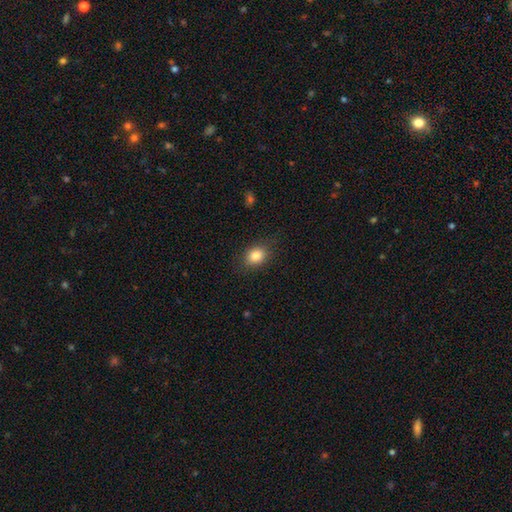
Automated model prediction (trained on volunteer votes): A smooth galaxy with no disk features (84%) that is in between round and cigar-shaped (61%). Merging: none (83%).